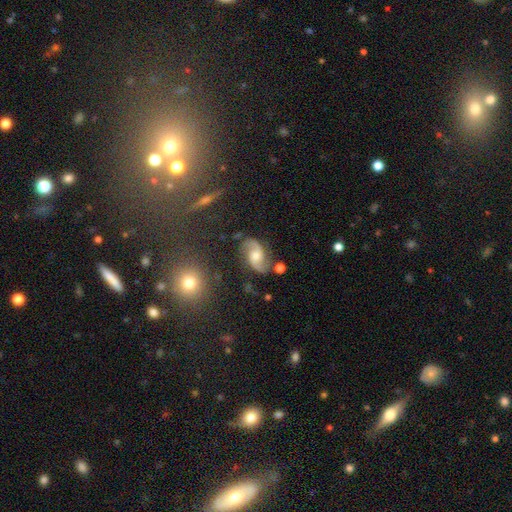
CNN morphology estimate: Smooth or featured: featured or disk — 79% (smooth — 14%)
Edge-on disk: no — 97% (yes — 3%)
Bar: no — 62% (weak — 32%)
Spiral arms: yes — 95% (no — 5%)
Spiral winding: loose — 49% (medium — 40%)
Spiral arm count: 2 — 92% (can't tell — 3%)
Bulge size: moderate — 61% (small — 26%)
Merging: none — 74% (minor disturbance — 16%)